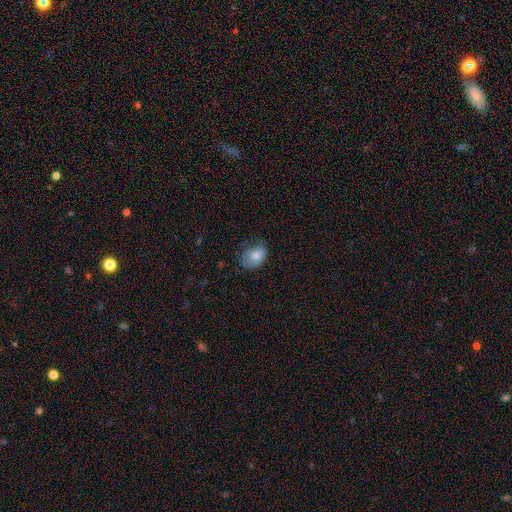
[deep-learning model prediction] smooth_or_featured: smooth (p=0.68) [alt: featured or disk p=0.24]
how_rounded: in between (p=0.70) [alt: round p=0.29]
merging: none (p=0.52) [alt: minor disturbance p=0.33]